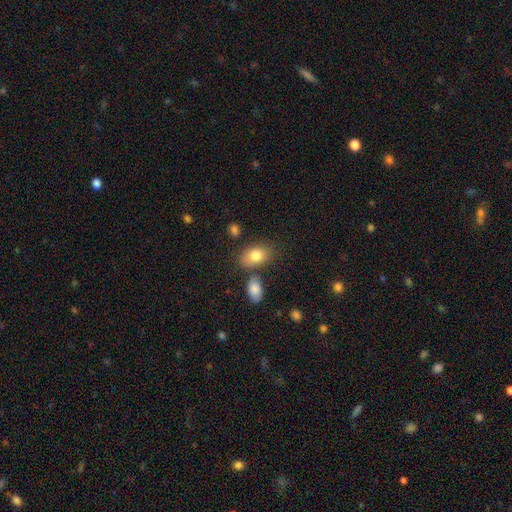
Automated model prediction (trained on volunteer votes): Smooth or featured: smooth — 81% (featured or disk — 11%)
How rounded: in between — 87% (round — 11%)
Merging: none — 66% (minor disturbance — 15%)